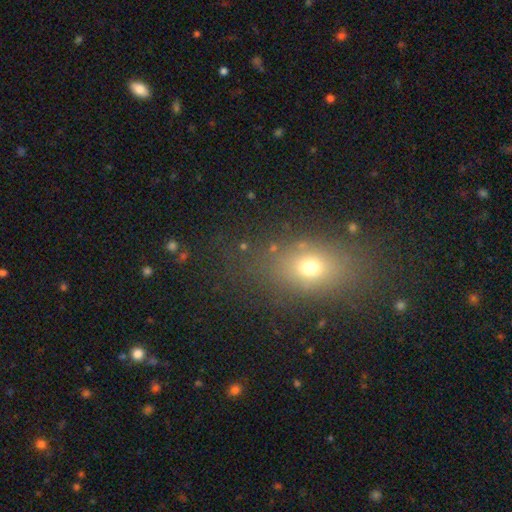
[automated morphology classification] This is likely a smooth galaxy (62%). How rounded: likely in between (67%). Merging: clearly none (85%).